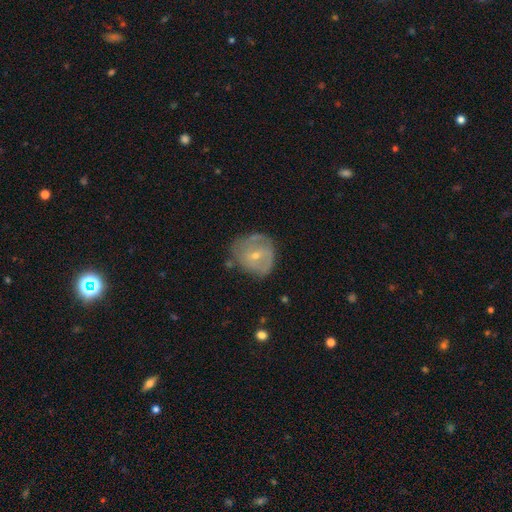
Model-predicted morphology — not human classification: smooth-or-featured: featured or disk: 57% | smooth: 36% | star or artifact: 8%
  disk-edge-on: no: 96% | yes: 4%
    bar: no: 48% | weak: 41% | strong: 10%
    has-spiral-arms: yes: 60% | no: 40%
    bulge-size: small: 63% | moderate: 34% | none: 1% | large: 1% | dominant: 1%
  merging: none: 56% | minor disturbance: 28% | major disturbance: 12% | merger: 4%